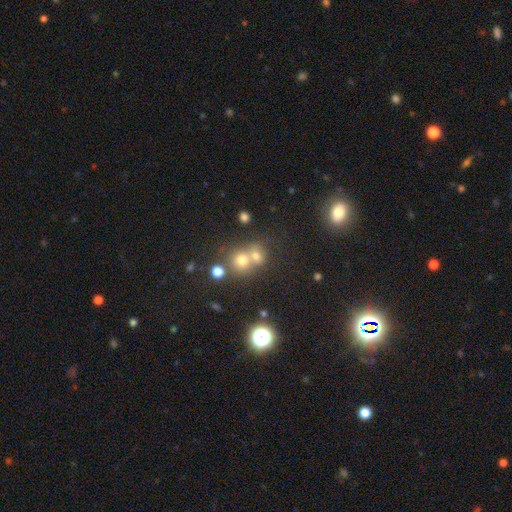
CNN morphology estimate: smooth-or-featured: smooth: 67% | star or artifact: 19% | featured or disk: 14%
  how-rounded: round: 77% | in between: 22% | cigar-shaped: 1%
  merging: merger: 53% | none: 37% | minor disturbance: 7% | major disturbance: 3%